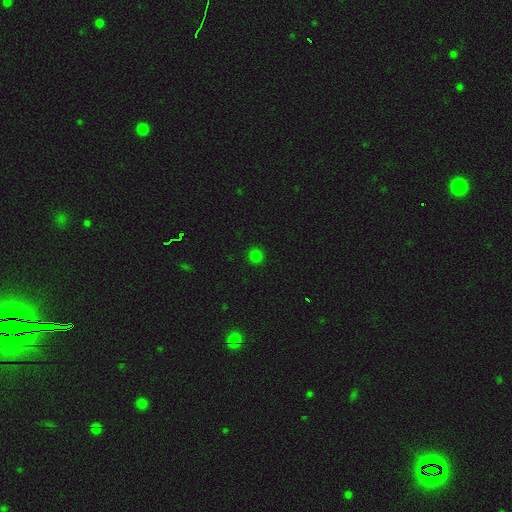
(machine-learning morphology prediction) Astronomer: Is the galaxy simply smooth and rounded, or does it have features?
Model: smooth — 79%.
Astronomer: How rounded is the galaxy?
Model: round — 94%.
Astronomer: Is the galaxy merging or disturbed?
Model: none — 92%.